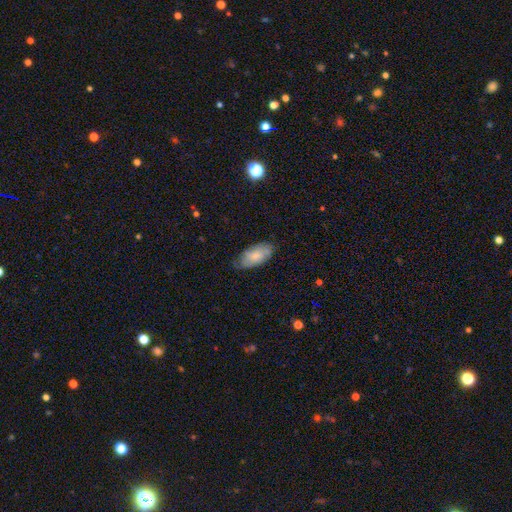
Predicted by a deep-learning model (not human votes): Smooth or featured: smooth — 75% (featured or disk — 19%)
How rounded: in between — 92% (cigar-shaped — 5%)
Merging: none — 73% (minor disturbance — 22%)